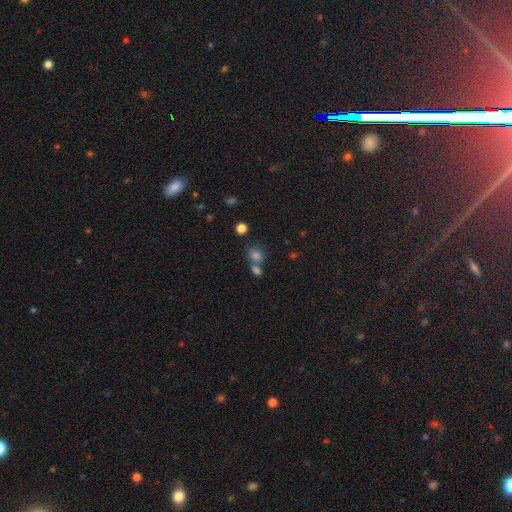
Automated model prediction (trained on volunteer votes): Smooth or featured? smooth (74%)
How rounded? round (58%)
Merging? none (52%)